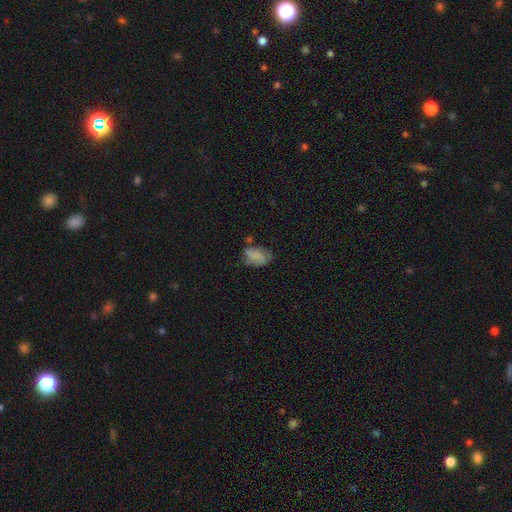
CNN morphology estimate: The model was most divided on "merging": none: 45%, minor disturbance: 33%, major disturbance: 17%, merger: 6%. More confident: how rounded — in between (85%); smooth or featured — smooth (64%).